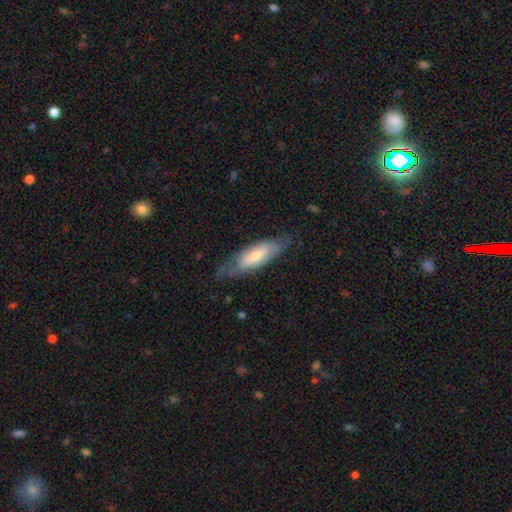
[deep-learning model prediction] smooth_or_featured: smooth (p=0.50) [alt: featured or disk p=0.44]
merging: none (p=0.62) [alt: minor disturbance p=0.26]